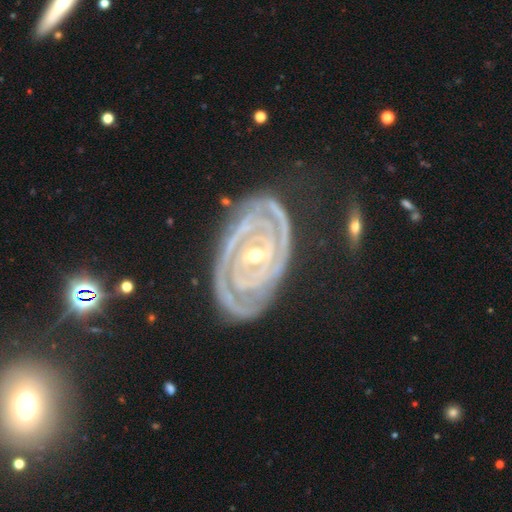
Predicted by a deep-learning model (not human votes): A featured or disk galaxy (91%) with no bar (50%), 2 (54%) tight (86%) spiral arms (97%) and a moderate central bulge (49%). Merging: none (73%).